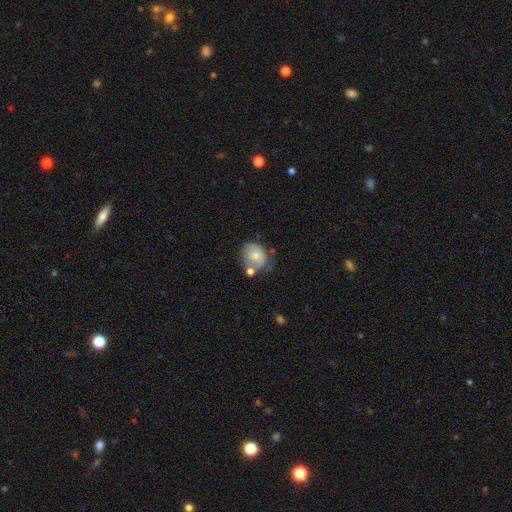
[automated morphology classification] The model was most divided on "merging": none: 33%, minor disturbance: 29%, major disturbance: 19%, merger: 18%. More confident: smooth or featured — smooth (56%); how rounded — in between (53%).